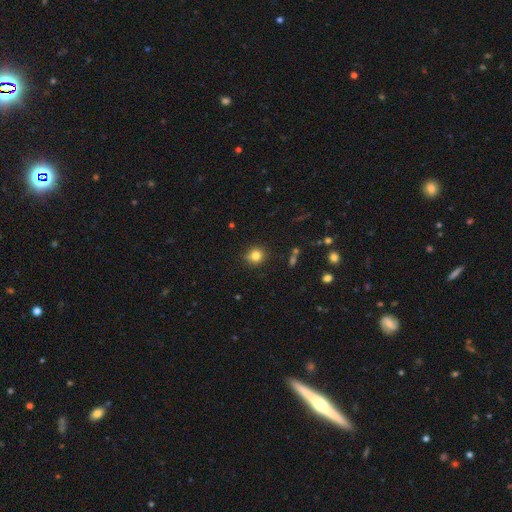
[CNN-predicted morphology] This is clearly a smooth galaxy (80%). How rounded: clearly round (87%). Merging: clearly none (83%).